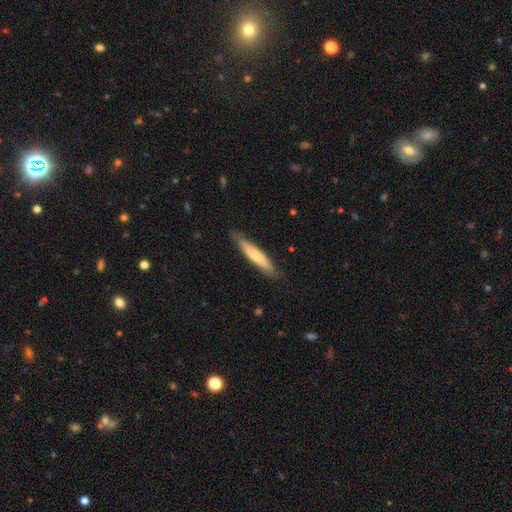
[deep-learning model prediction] Overall: smooth (62%; featured or disk 33%). How rounded: cigar-shaped (85%). Merging: none (82%).